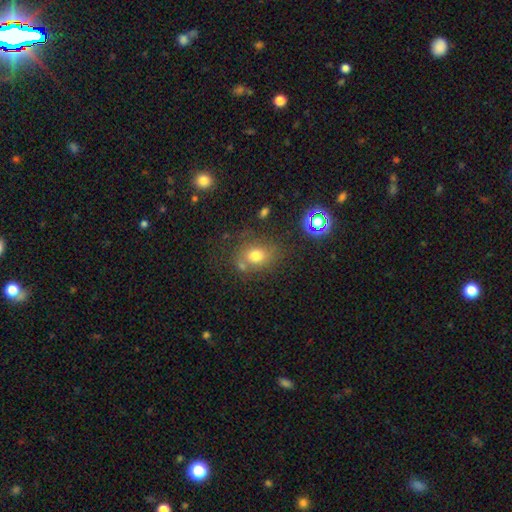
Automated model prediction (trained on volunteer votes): This is likely a smooth galaxy (71%). How rounded: possibly round (51%). Merging: likely none (63%).